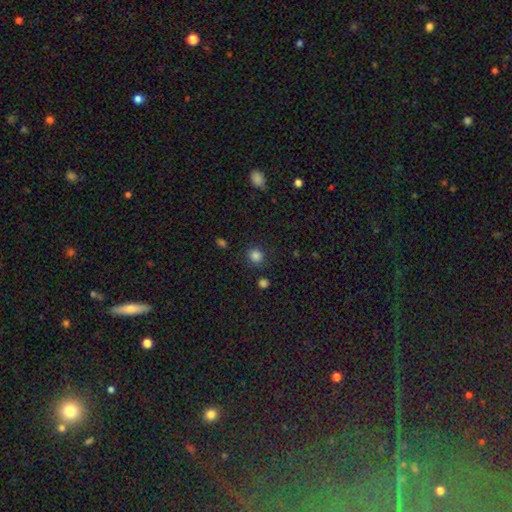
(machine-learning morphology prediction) This appears to be a smooth galaxy with no disk features (83%) that is round (85%). Merging: none (86%).